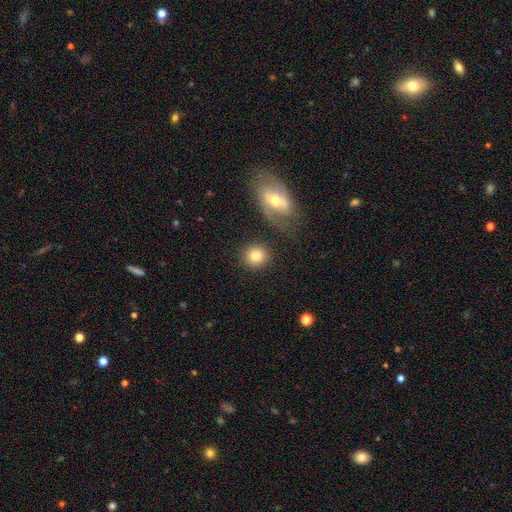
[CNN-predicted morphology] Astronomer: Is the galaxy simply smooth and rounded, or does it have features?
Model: smooth — 82%.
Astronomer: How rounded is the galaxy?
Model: round — 87%.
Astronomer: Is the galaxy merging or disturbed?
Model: none — 80%.